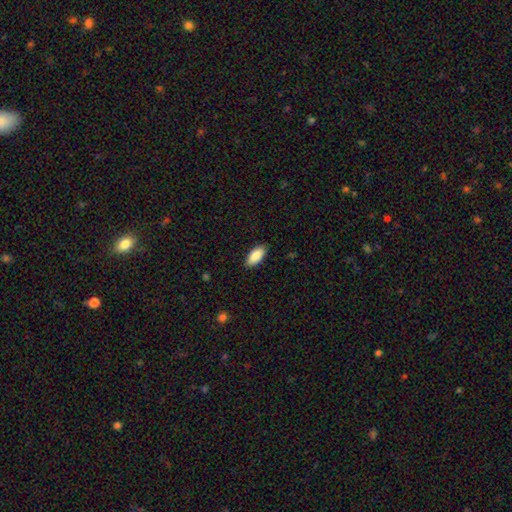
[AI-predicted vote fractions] smooth-or-featured: smooth: 88% | featured or disk: 6% | star or artifact: 6%
  how-rounded: in between: 92% | cigar-shaped: 6% | round: 2%
  merging: none: 89% | minor disturbance: 9% | major disturbance: 2% | merger: 1%